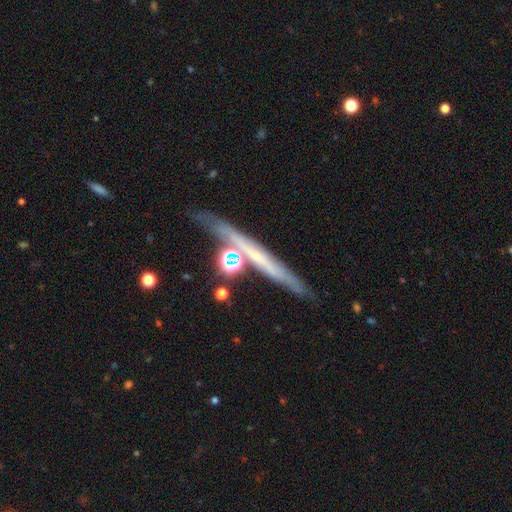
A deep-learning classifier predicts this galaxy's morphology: smooth_or_featured: featured or disk (p=0.62) [alt: smooth p=0.26]
disk_edge_on: yes (p=0.87) [alt: no p=0.13]
edge_on_bulge: none (p=0.67) [alt: rounded p=0.26]
merging: none (p=0.67) [alt: minor disturbance p=0.15]